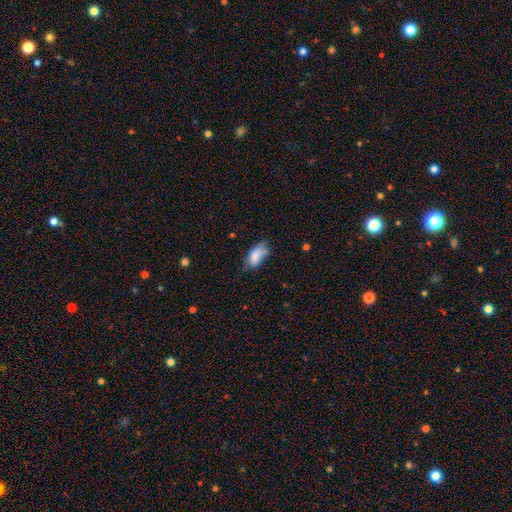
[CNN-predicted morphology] This appears to be a smooth galaxy with no disk features (82%) that is in between round and cigar-shaped (91%). Merging: none (49%).